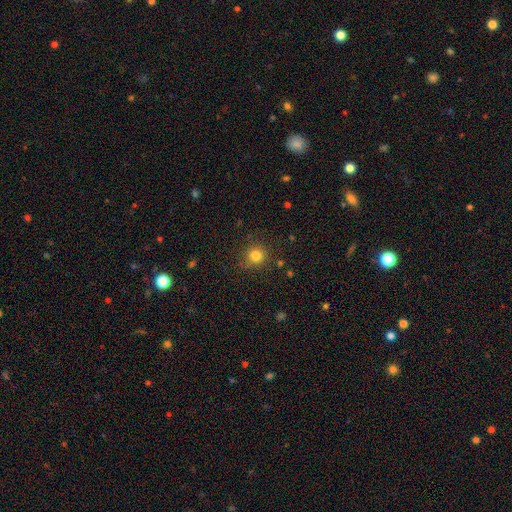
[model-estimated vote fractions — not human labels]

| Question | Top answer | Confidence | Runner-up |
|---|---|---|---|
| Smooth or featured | smooth | 81% | star or artifact (13%) |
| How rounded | round | 91% | in between (8%) |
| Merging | none | 80% | minor disturbance (14%) |